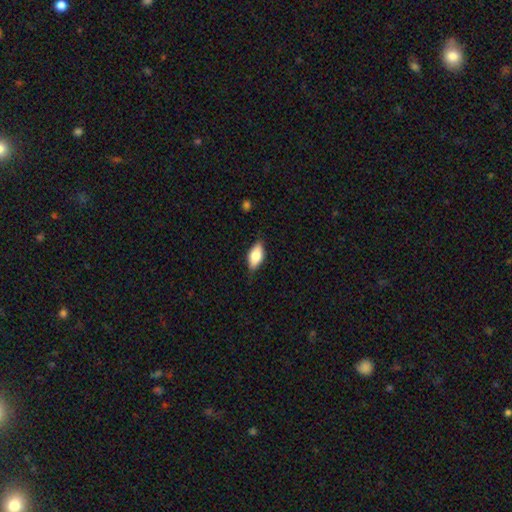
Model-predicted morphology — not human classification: Q: Smooth or featured?
A: smooth (72%); runner-up: featured or disk (22%)
Q: How rounded?
A: in between (87%); runner-up: cigar-shaped (9%)
Q: Merging?
A: none (80%); runner-up: minor disturbance (16%)